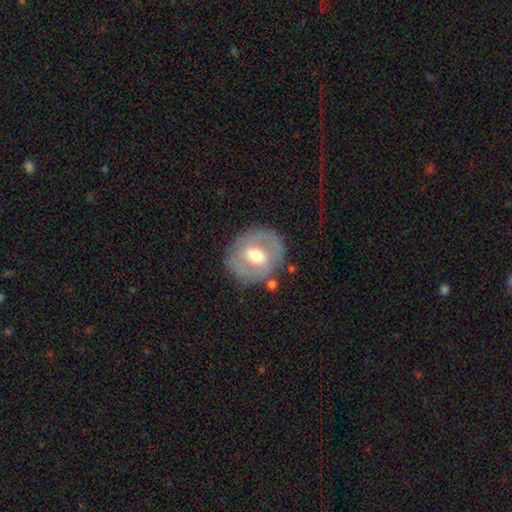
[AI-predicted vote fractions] A featured or disk galaxy (62%) with a weak bar (46%), spiral arms (55%) and a moderate central bulge (71%). Merging: none (76%).